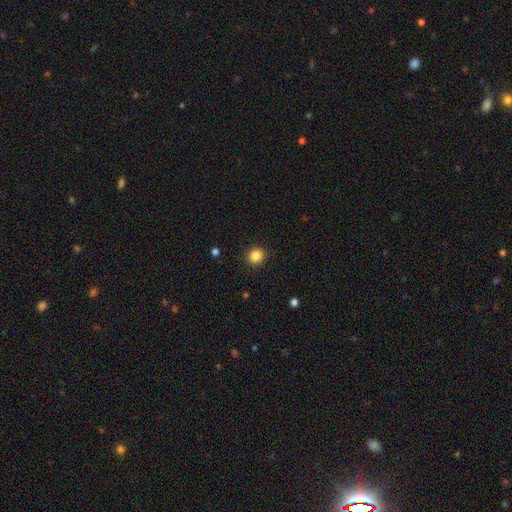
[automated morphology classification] A smooth galaxy with no disk features (86%) that is round (88%).

Vote fractions:
- Smooth or featured? smooth: 86% / star or artifact: 11% / featured or disk: 4%
- How rounded? round: 88% / in between: 11% / cigar-shaped: 1%
- Merging? none: 91% / minor disturbance: 6% / major disturbance: 2% / merger: 1%